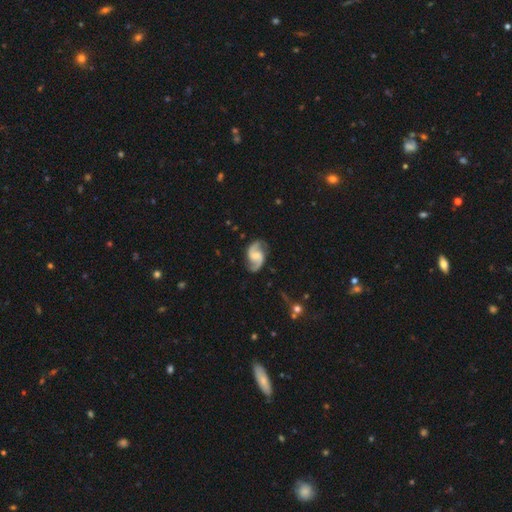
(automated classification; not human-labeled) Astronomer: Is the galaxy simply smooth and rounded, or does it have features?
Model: featured or disk — 90%.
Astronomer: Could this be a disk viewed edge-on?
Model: no — 98%.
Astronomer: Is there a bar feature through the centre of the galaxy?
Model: weak — 47% (runner-up: no, 37%).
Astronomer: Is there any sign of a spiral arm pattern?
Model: yes — 98%.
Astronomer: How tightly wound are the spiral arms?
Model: medium — 47% (runner-up: loose, 42%).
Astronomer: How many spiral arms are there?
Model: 2 — 94%.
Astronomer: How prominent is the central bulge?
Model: none — 39% (runner-up: small, 26%).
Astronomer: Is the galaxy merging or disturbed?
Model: none — 82%.